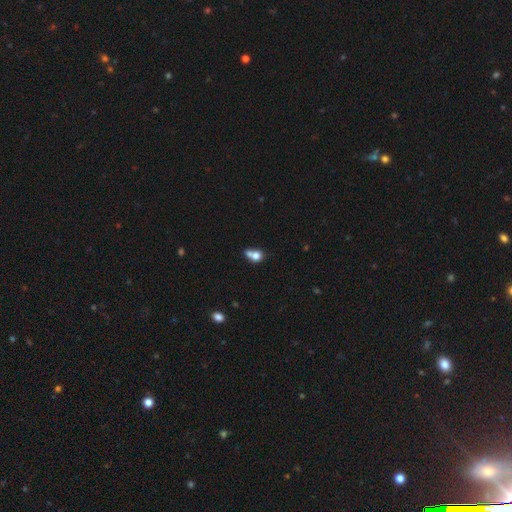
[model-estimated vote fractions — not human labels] This appears to be a smooth galaxy with no disk features (72%) that is round (59%). Merging: merger (56%).